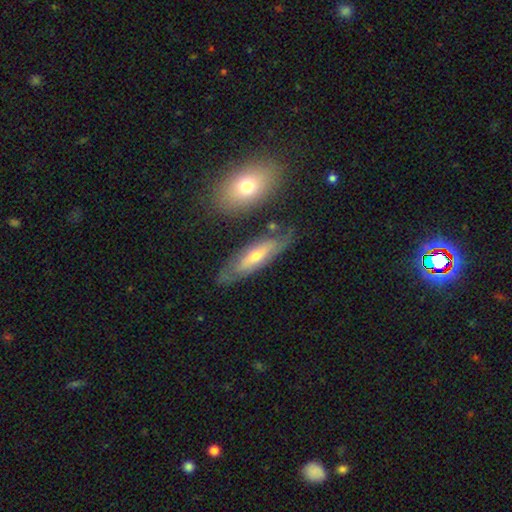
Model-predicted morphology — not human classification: Smooth or featured: featured or disk — 56% (smooth — 37%)
Edge-on disk: no — 57% (yes — 43%)
Merging: none — 70% (minor disturbance — 18%)